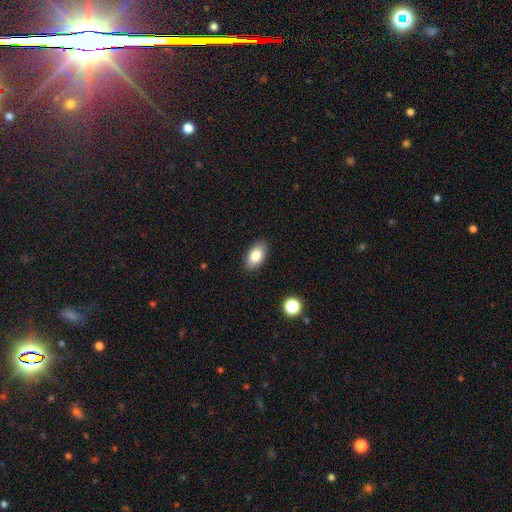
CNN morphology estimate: smooth 84%, featured or disk 9%, star or artifact 7%. Down the decision tree: how rounded — in between (92%); merging — none (88%).